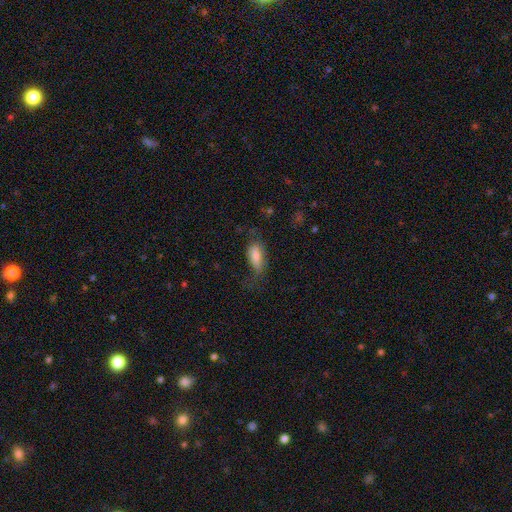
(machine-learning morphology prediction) Q: Smooth or featured?
A: smooth (70%); runner-up: featured or disk (21%)
Q: How rounded?
A: in between (82%); runner-up: cigar-shaped (15%)
Q: Merging?
A: none (38%); runner-up: major disturbance (31%)